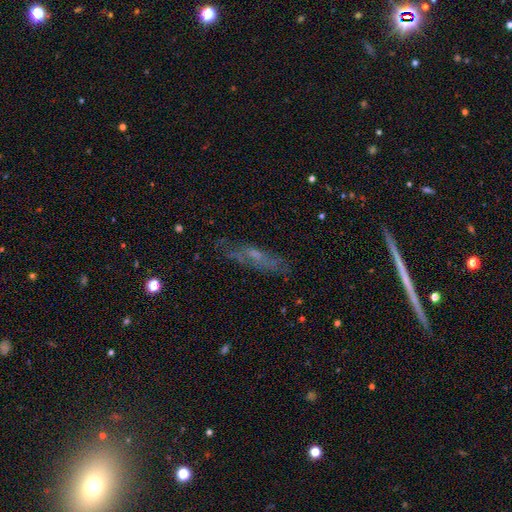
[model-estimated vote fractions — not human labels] The model was most divided on "smooth or featured": featured or disk: 50%, smooth: 37%, star or artifact: 13%. More confident: merging — none (65%).